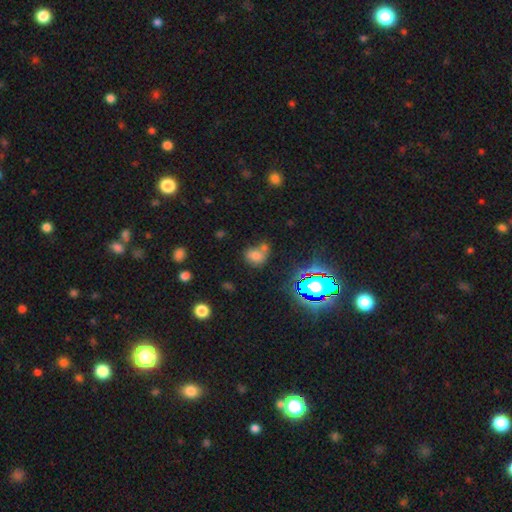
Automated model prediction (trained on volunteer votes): Smooth or featured? Predicted: smooth (p=0.62). How rounded? Predicted: round (p=0.60). Merging? Predicted: none (p=0.42).